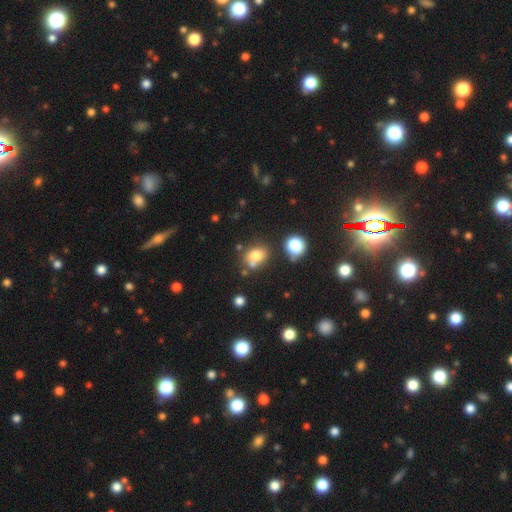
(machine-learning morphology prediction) A smooth galaxy with no disk features (75%) that is round (53%).

Vote fractions:
- Smooth or featured? smooth: 75% / star or artifact: 14% / featured or disk: 11%
- How rounded? round: 53% / in between: 46% / cigar-shaped: 1%
- Merging? none: 56% / merger: 22% / minor disturbance: 16% / major disturbance: 6%